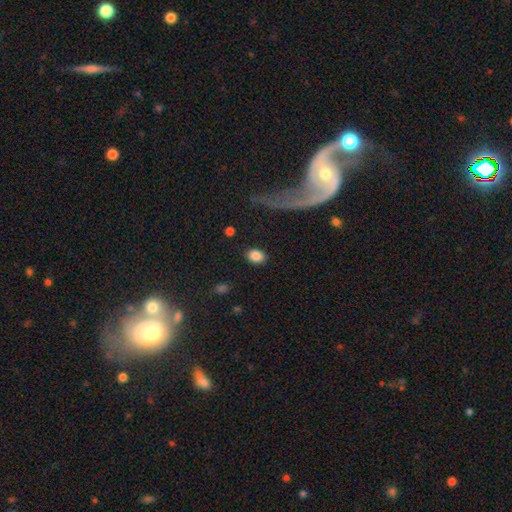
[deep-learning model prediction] Q: Smooth or featured?
A: smooth (86%); runner-up: star or artifact (8%)
Q: How rounded?
A: in between (70%); runner-up: round (29%)
Q: Merging?
A: none (85%); runner-up: minor disturbance (10%)